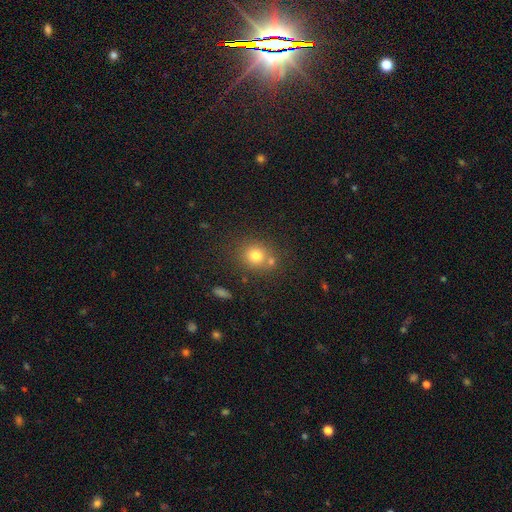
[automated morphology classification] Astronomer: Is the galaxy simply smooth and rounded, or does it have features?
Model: smooth — 76%.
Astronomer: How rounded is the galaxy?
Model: round — 79%.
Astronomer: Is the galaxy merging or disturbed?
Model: none — 65%.